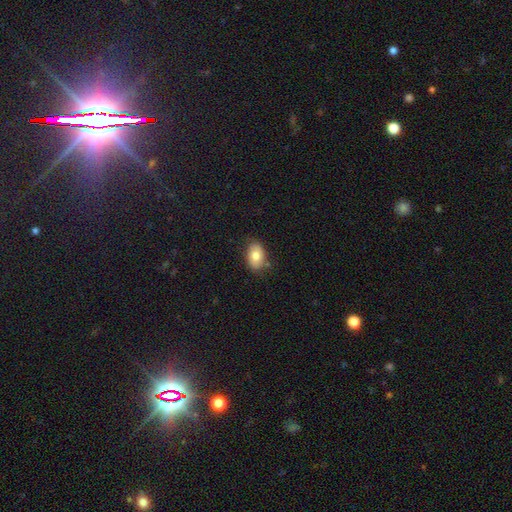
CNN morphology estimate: smooth-or-featured: smooth: 76% | featured or disk: 16% | star or artifact: 7%
  how-rounded: in between: 85% | round: 13% | cigar-shaped: 1%
  merging: none: 75% | minor disturbance: 19% | major disturbance: 4% | merger: 2%